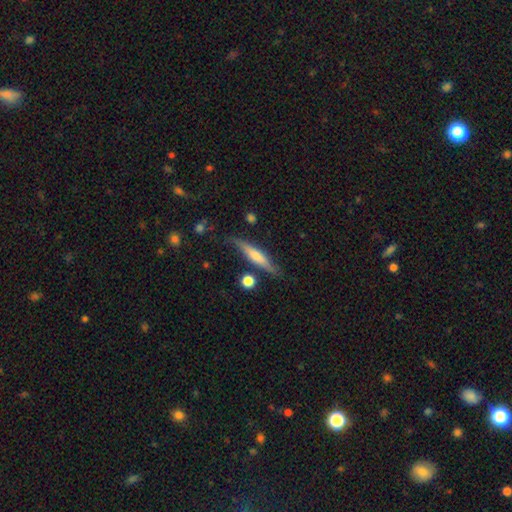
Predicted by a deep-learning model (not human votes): smooth-or-featured: featured or disk: 58% | smooth: 35% | star or artifact: 7%
  disk-edge-on: yes: 94% | no: 6%
    edge-on-bulge: rounded: 62% | none: 22% | boxy: 17%
  merging: none: 79% | minor disturbance: 14% | major disturbance: 3% | merger: 3%